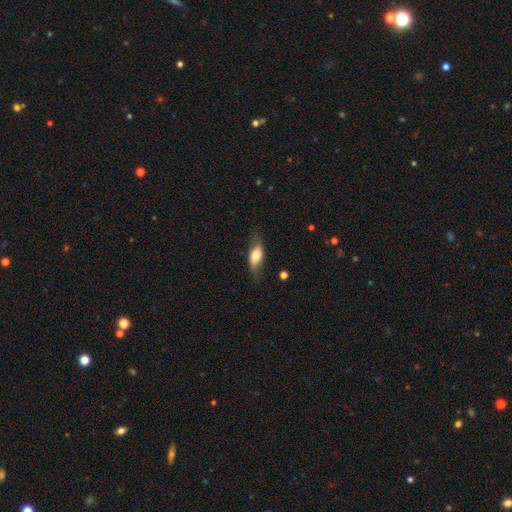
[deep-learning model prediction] Smooth or featured? Predicted: smooth (p=0.61). How rounded? Predicted: in between (p=0.74). Merging? Predicted: none (p=0.67).